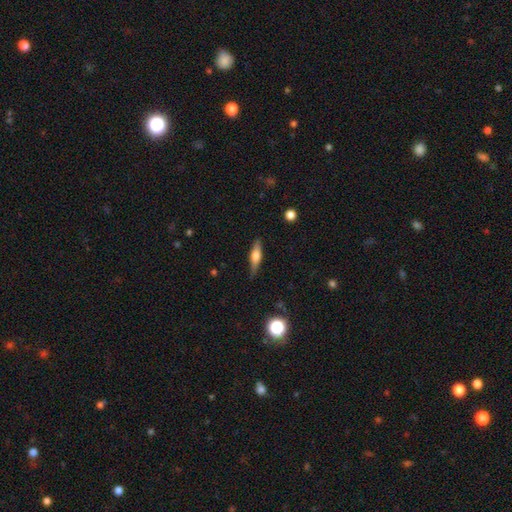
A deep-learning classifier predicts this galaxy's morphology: smooth-or-featured: featured or disk: 53% | smooth: 40% | star or artifact: 7%
  disk-edge-on: yes: 94% | no: 6%
    edge-on-bulge: rounded: 86% | boxy: 11% | none: 4%
  merging: none: 83% | minor disturbance: 13% | major disturbance: 3% | merger: 1%